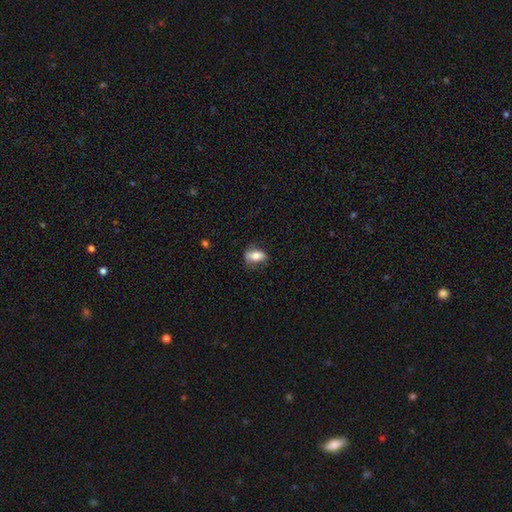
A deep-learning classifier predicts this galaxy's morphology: This is likely a smooth galaxy (69%). How rounded: clearly in between (82%). Merging: likely none (74%).